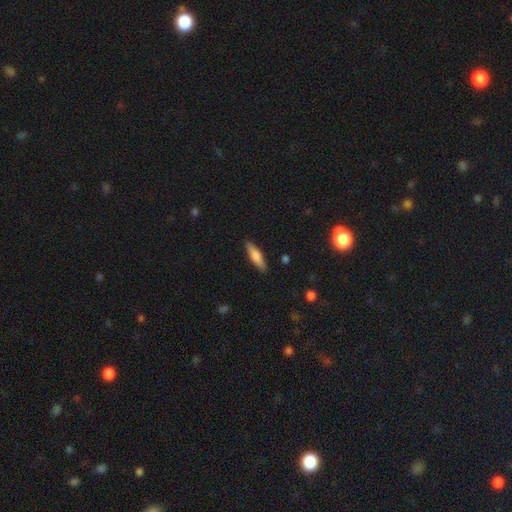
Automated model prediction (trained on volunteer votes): A smooth galaxy with no disk features (70%) that is cigar-shaped (66%). Merging: none (88%).